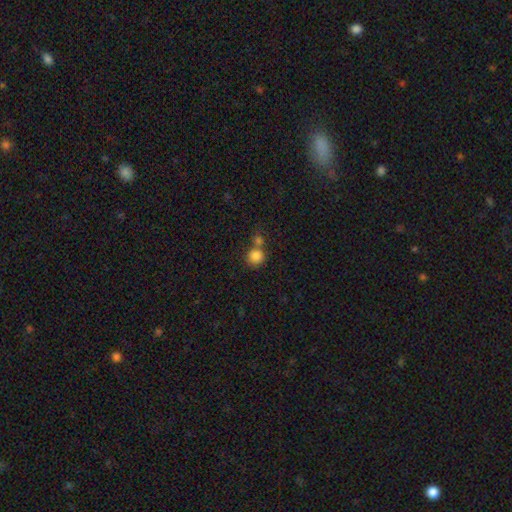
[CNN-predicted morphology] A smooth galaxy with no disk features (84%) that is round (90%). Merging: none (53%).